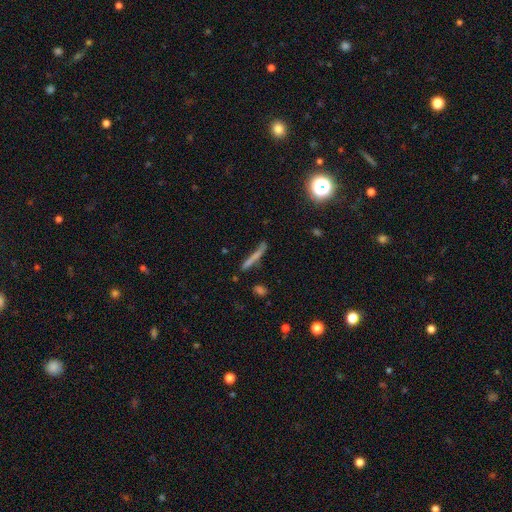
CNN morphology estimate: Smooth or featured? Predicted: smooth (p=0.51). How rounded? Predicted: cigar-shaped (p=0.93). Merging? Predicted: none (p=0.76).